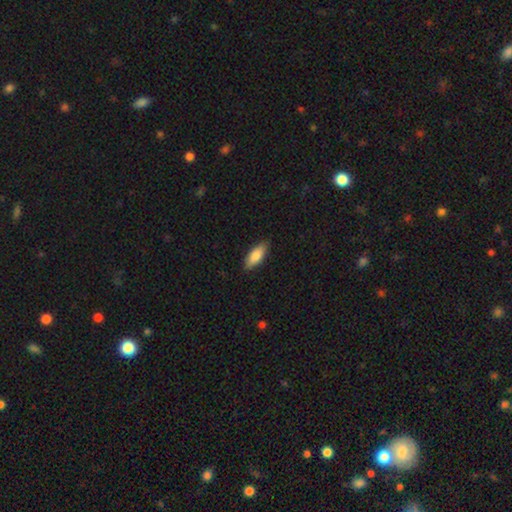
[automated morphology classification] smooth-or-featured: smooth: 82% | featured or disk: 12% | star or artifact: 6%
  how-rounded: in between: 73% | cigar-shaped: 25% | round: 2%
  merging: none: 88% | minor disturbance: 10% | major disturbance: 2% | merger: 1%